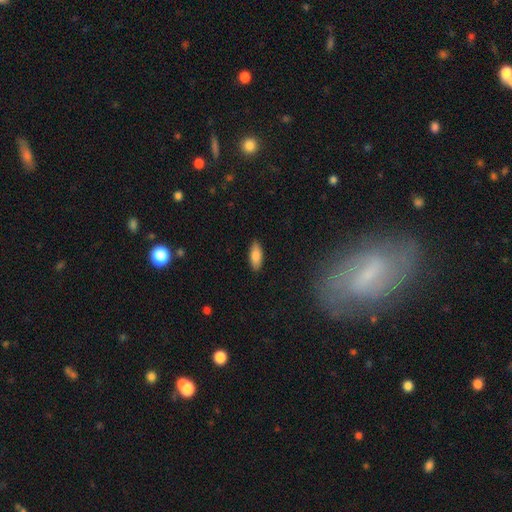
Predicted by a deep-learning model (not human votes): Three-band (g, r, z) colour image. It shows a smooth galaxy with no disk features (86%) that is in between round and cigar-shaped (80%). Merging: none (88%).